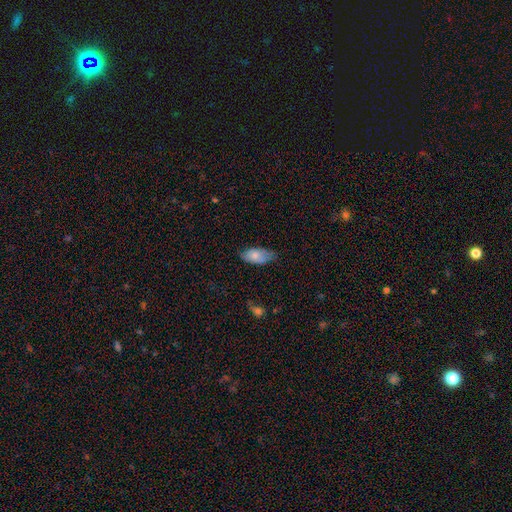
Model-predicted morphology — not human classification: Smooth or featured? smooth (76%)
How rounded? in between (92%)
Merging? none (64%)